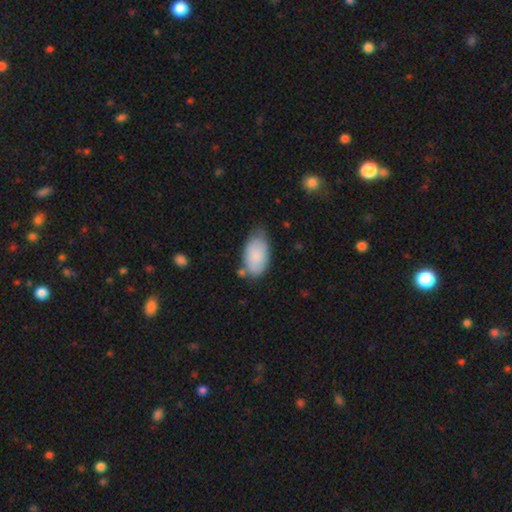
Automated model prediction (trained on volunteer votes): Morphology: type=smooth (84%); roundness=in between (95%); merging=none (55%).